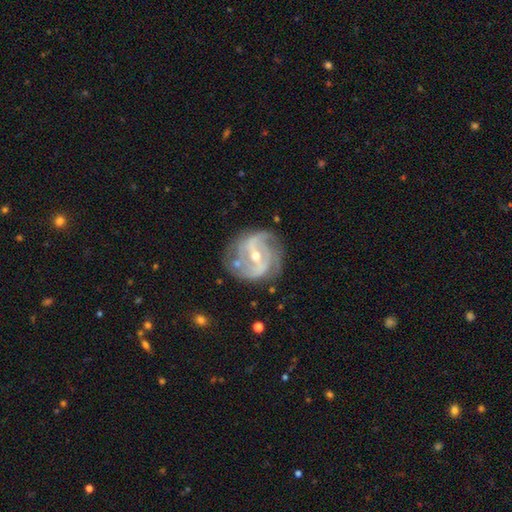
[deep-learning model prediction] Smooth or featured? featured or disk (88%)
Edge-on disk? no (97%)
Bar? strong (43%)
Spiral arms? yes (96%)
Spiral winding? medium (47%)
Spiral arm count? 2 (63%)
Bulge size? small (54%)
Merging? none (72%)